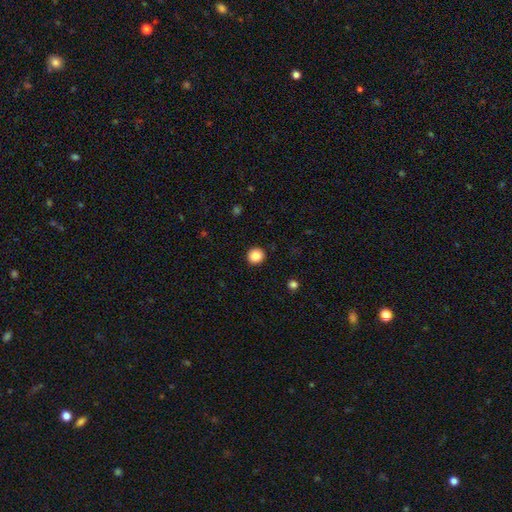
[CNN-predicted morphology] A smooth galaxy with no disk features (86%) that is round (92%). Merging: none (93%).